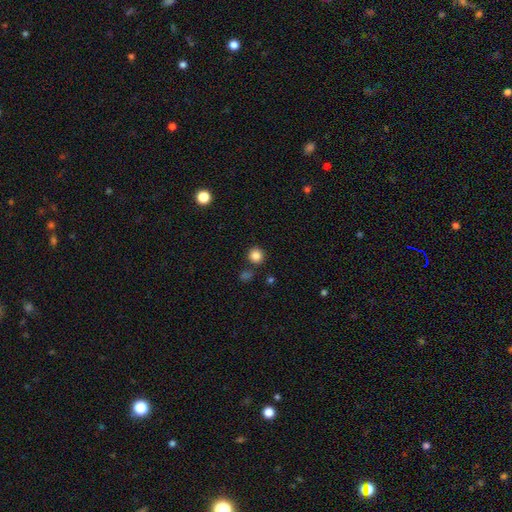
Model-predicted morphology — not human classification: A smooth galaxy with no disk features (84%) that is round (91%).

Vote fractions:
- Smooth or featured? smooth: 84% / star or artifact: 11% / featured or disk: 4%
- How rounded? round: 91% / in between: 8% / cigar-shaped: 1%
- Merging? none: 84% / minor disturbance: 8% / merger: 6% / major disturbance: 2%